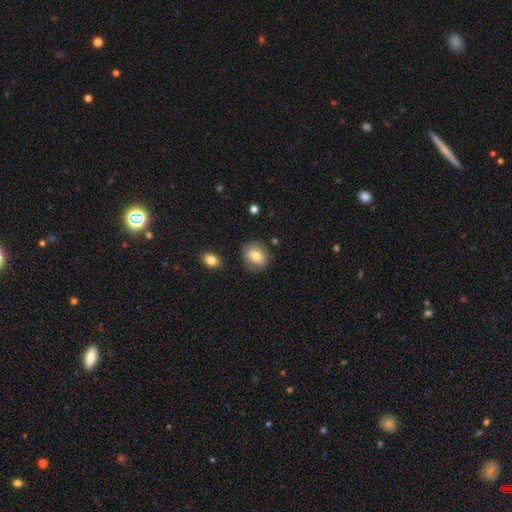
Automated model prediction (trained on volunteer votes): A smooth galaxy with no disk features (74%) that is round (56%).

Vote fractions:
- Smooth or featured? smooth: 74% / featured or disk: 18% / star or artifact: 9%
- How rounded? round: 56% / in between: 42% / cigar-shaped: 1%
- Merging? none: 76% / minor disturbance: 17% / major disturbance: 5% / merger: 3%